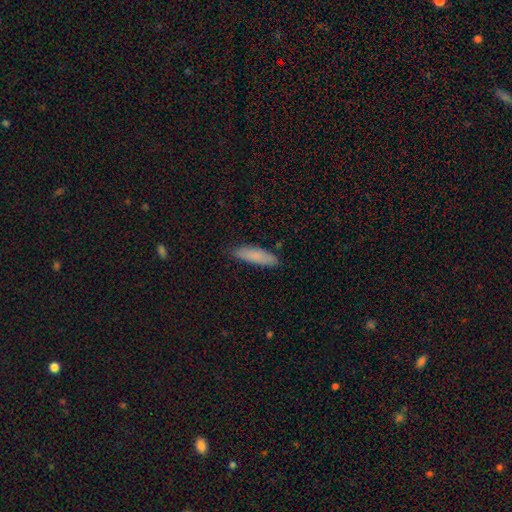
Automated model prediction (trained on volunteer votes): smooth_or_featured: smooth (p=0.84) [alt: featured or disk p=0.10]
how_rounded: cigar-shaped (p=0.64) [alt: in between p=0.35]
merging: none (p=0.82) [alt: minor disturbance p=0.15]